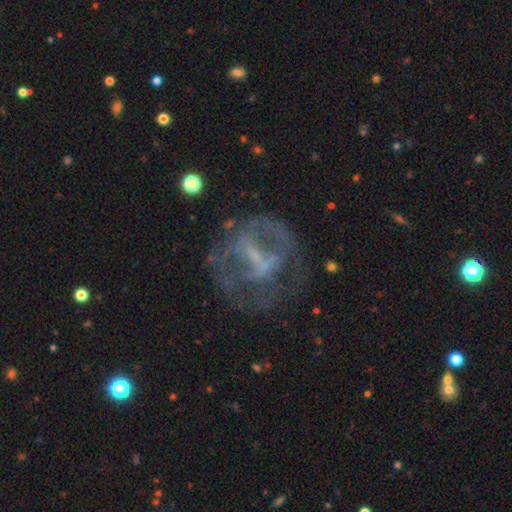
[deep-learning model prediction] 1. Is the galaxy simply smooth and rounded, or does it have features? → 68% featured or disk, 18% smooth, 14% star or artifact.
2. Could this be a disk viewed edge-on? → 96% no, 4% yes.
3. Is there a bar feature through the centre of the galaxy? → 38% no, 36% weak, 26% strong.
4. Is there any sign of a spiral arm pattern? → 60% no, 40% yes.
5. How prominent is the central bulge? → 43% none, 39% small, 15% moderate, 2% large, 1% dominant.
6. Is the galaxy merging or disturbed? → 54% none, 26% major disturbance, 17% minor disturbance, 3% merger.